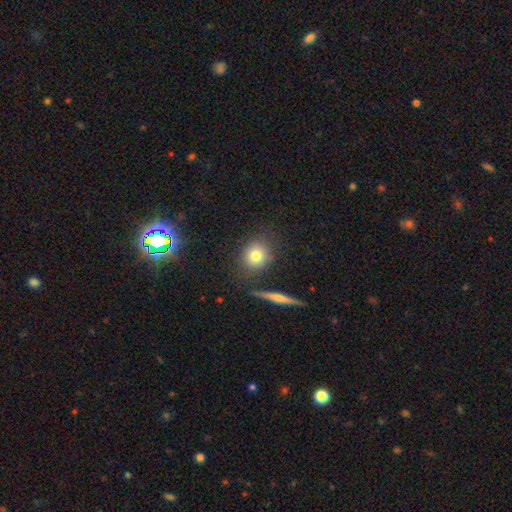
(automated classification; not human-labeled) This is likely a smooth galaxy (78%). How rounded: likely round (76%). Merging: likely none (79%).